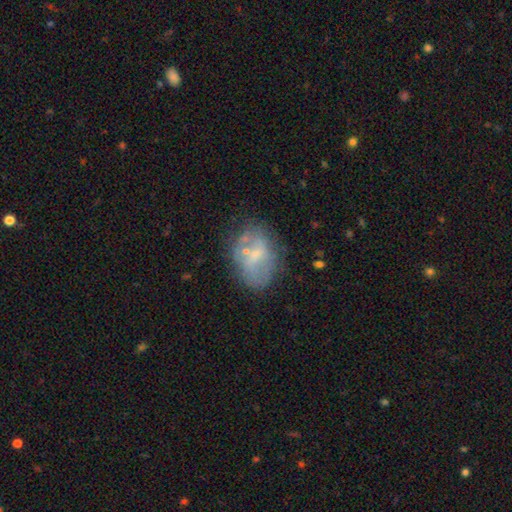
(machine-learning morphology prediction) A featured or disk galaxy (48%). Merging: none (53%).